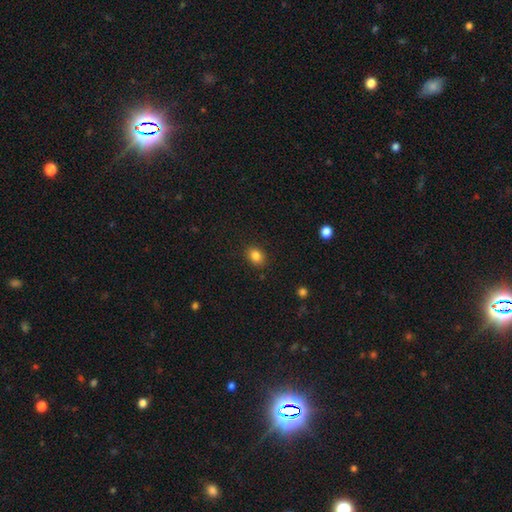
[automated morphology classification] Smooth or featured? Predicted: smooth (p=0.85). How rounded? Predicted: in between (p=0.59). Merging? Predicted: none (p=0.88).